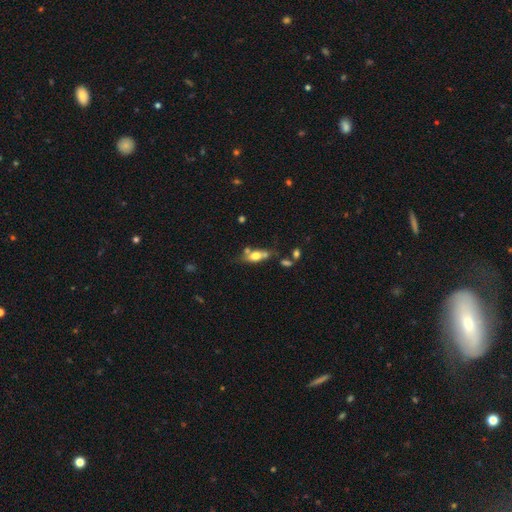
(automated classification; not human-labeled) A smooth galaxy with no disk features (60%) that is in between round and cigar-shaped (72%). Merging: none (50%).